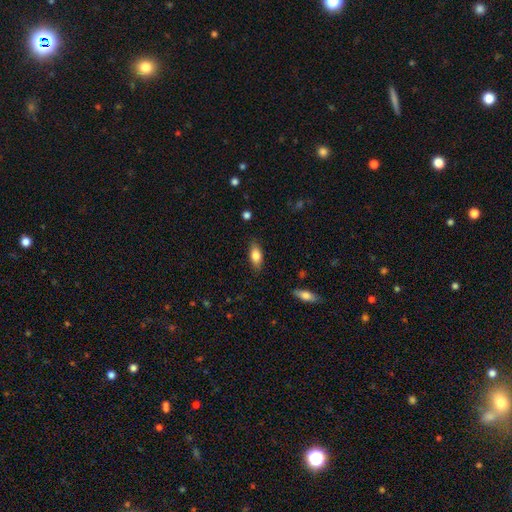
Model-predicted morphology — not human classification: A smooth galaxy with no disk features (79%) that is in between round and cigar-shaped (84%). Merging: none (84%).